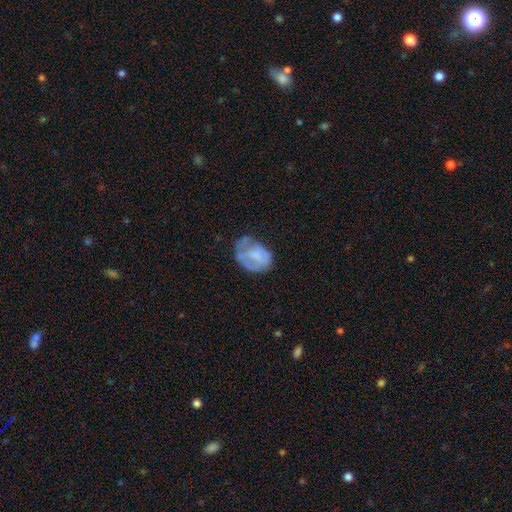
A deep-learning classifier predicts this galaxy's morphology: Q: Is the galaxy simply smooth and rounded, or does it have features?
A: smooth — 50%.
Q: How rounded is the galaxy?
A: in between — 70%.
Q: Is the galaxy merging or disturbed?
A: none — 36%.